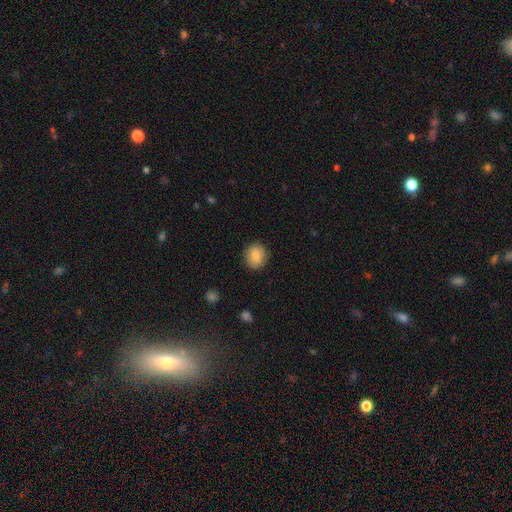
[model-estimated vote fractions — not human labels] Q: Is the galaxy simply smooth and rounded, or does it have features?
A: smooth — 82%.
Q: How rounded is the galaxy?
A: round — 72%.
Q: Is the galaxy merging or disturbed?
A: none — 88%.